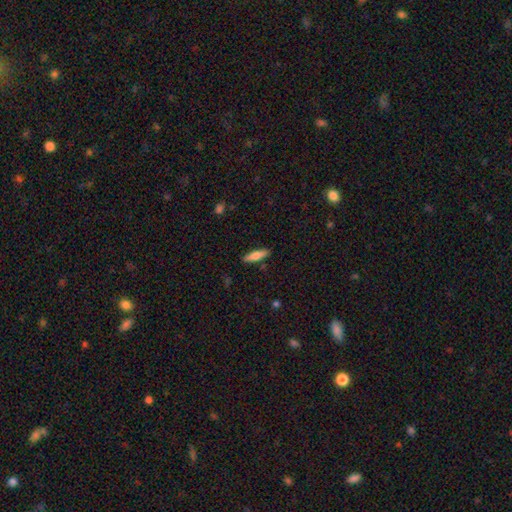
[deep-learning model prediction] Smooth or featured? Predicted: smooth (p=0.69). How rounded? Predicted: cigar-shaped (p=0.72). Merging? Predicted: none (p=0.88).